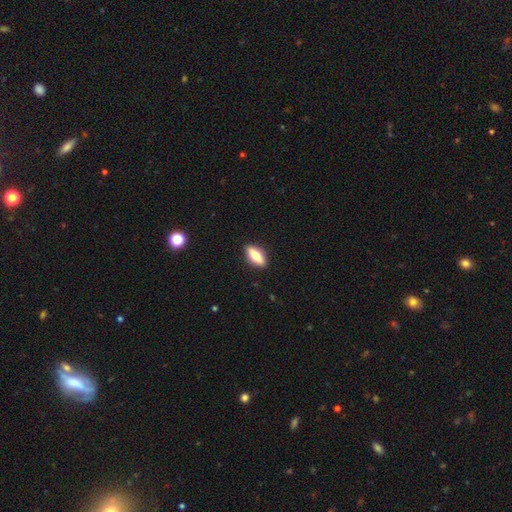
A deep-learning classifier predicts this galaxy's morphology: Smooth or featured? Predicted: smooth (p=0.63). How rounded? Predicted: in between (p=0.74). Merging? Predicted: none (p=0.89).